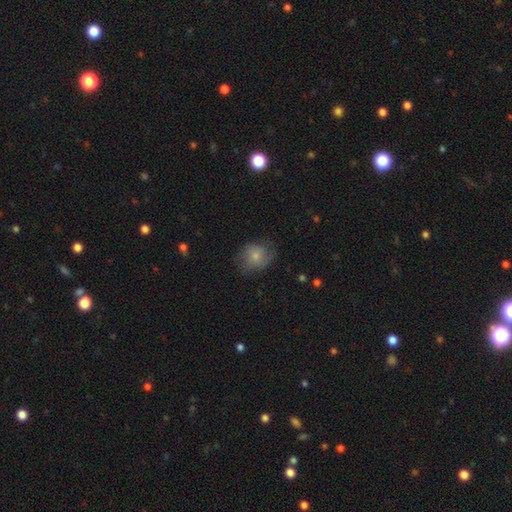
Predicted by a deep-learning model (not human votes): smooth 71%, featured or disk 21%, star or artifact 8%. Down the decision tree: how rounded — round (65%); merging — none (61%).